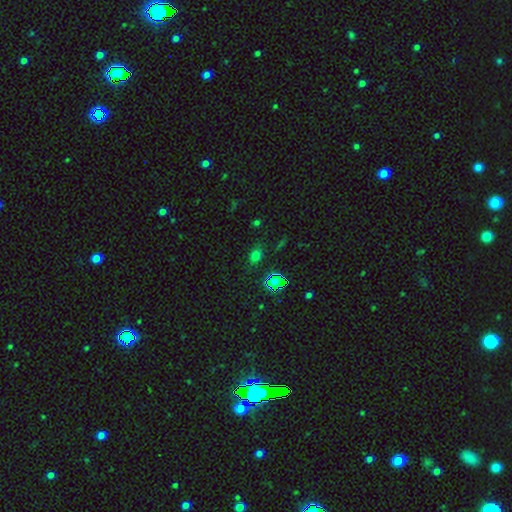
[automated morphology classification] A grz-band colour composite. It shows a smooth galaxy with no disk features (65%) that is in between round and cigar-shaped (53%). Merging: none (80%).